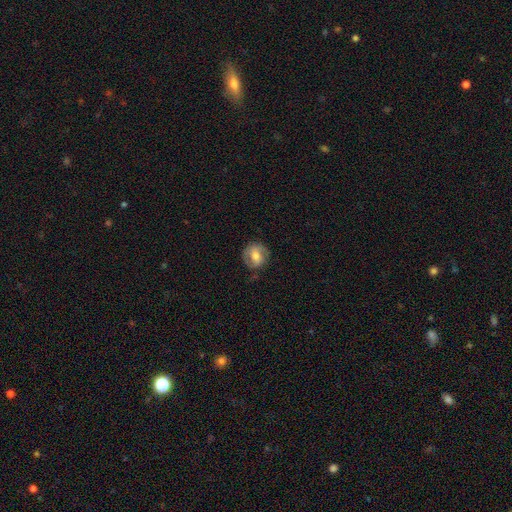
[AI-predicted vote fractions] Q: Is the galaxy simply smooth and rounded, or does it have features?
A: smooth — 49%.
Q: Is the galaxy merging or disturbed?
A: none — 73%.